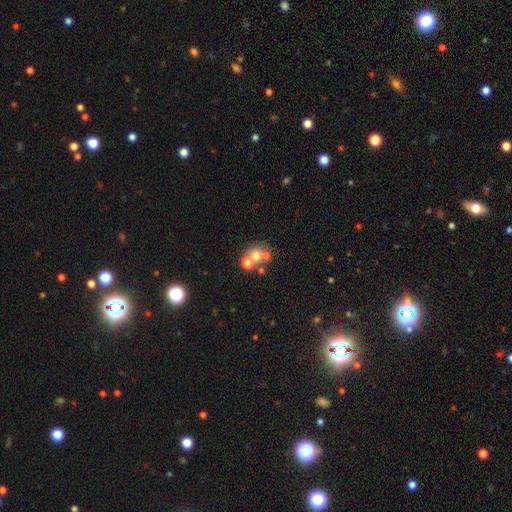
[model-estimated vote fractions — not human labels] Morphology: type=smooth (59%); roundness=round (75%); merging=merger (46%).